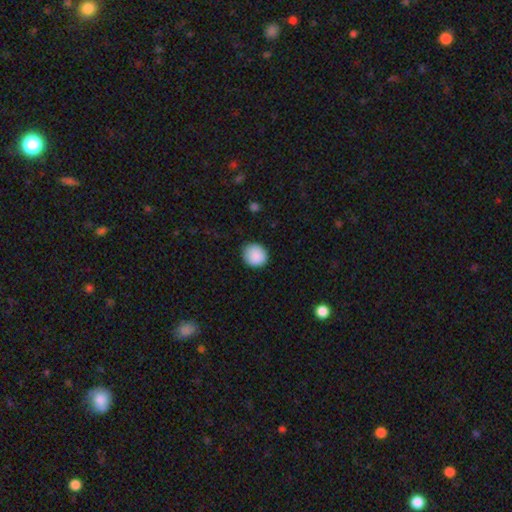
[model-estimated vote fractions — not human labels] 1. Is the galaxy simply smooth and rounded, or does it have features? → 89% smooth, 7% star or artifact, 3% featured or disk.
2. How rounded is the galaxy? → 85% round, 14% in between, 1% cigar-shaped.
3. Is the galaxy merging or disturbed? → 87% none, 10% minor disturbance, 2% major disturbance, 1% merger.